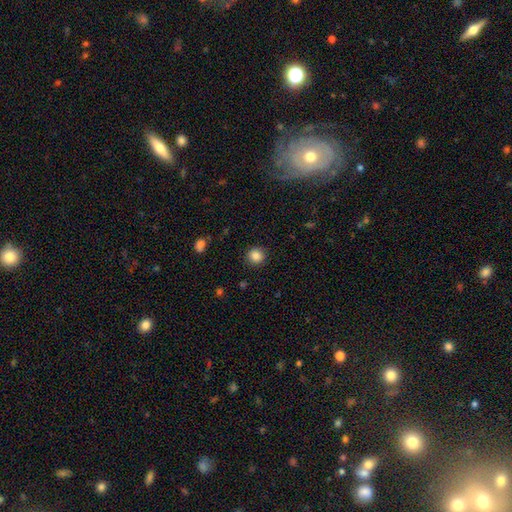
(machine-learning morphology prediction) Smooth or featured?
  - smooth: 85% *
  - star or artifact: 10%
  - featured or disk: 5%
How rounded?
  - round: 92% *
  - in between: 7%
  - cigar-shaped: 1%
Merging?
  - none: 91% *
  - minor disturbance: 6%
  - major disturbance: 2%
  - merger: 1%